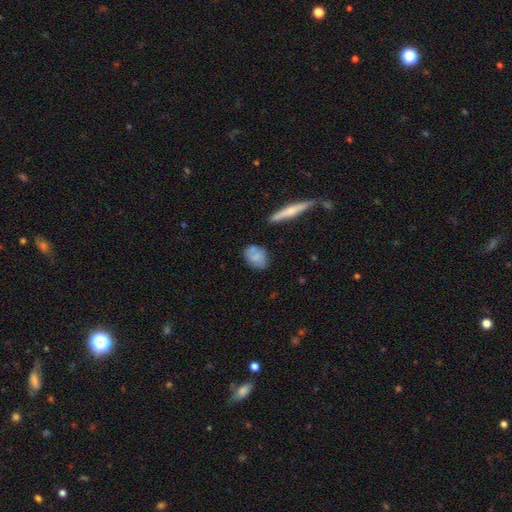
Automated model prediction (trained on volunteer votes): This is likely a smooth galaxy (73%). How rounded: likely in between (71%). Merging: likely none (69%).